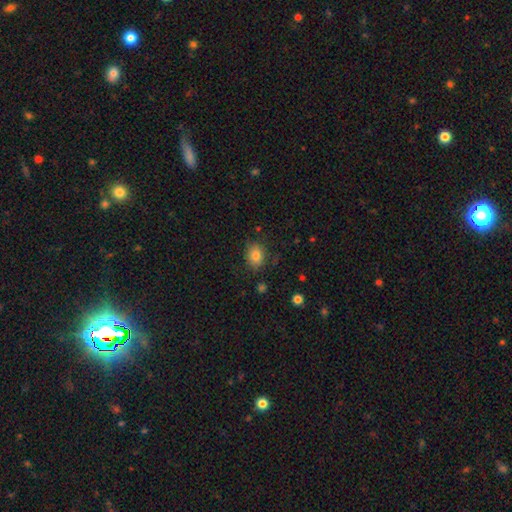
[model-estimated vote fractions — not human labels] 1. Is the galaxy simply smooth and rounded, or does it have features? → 81% smooth, 10% star or artifact, 8% featured or disk.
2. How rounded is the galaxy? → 53% in between, 46% round, 1% cigar-shaped.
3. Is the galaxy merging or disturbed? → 79% none, 16% minor disturbance, 4% major disturbance, 2% merger.